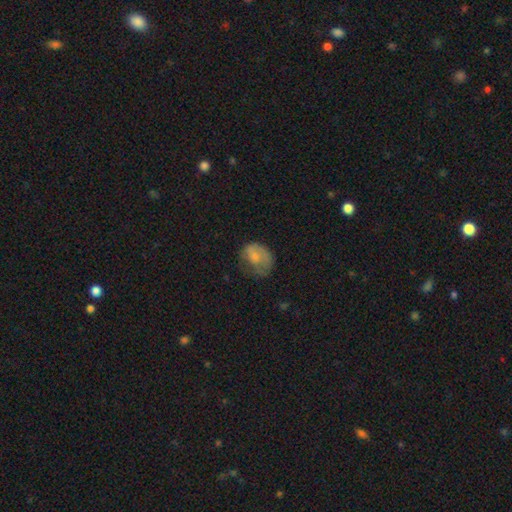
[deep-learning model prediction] Q: Smooth or featured?
A: smooth (60%); runner-up: featured or disk (31%)
Q: How rounded?
A: in between (57%); runner-up: round (42%)
Q: Merging?
A: none (36%); runner-up: major disturbance (33%)